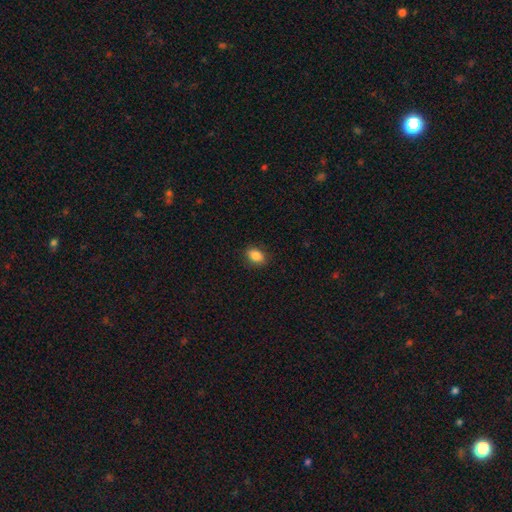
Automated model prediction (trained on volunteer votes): This is clearly a smooth galaxy (85%). How rounded: likely in between (77%). Merging: clearly none (88%).